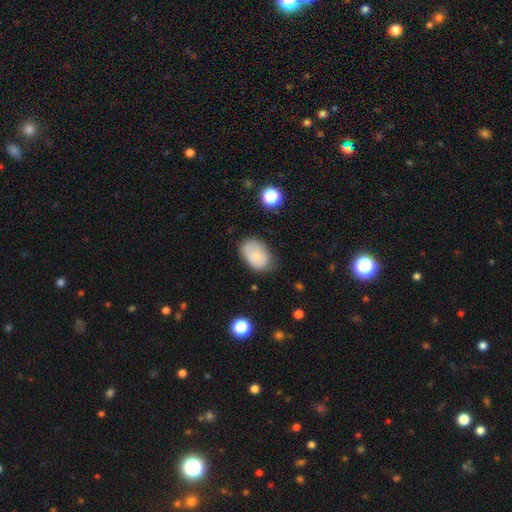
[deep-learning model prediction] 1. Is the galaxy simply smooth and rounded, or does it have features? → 75% smooth, 16% featured or disk, 8% star or artifact.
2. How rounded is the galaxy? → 85% in between, 14% round, 1% cigar-shaped.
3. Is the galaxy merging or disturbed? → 70% none, 23% minor disturbance, 5% major disturbance, 2% merger.